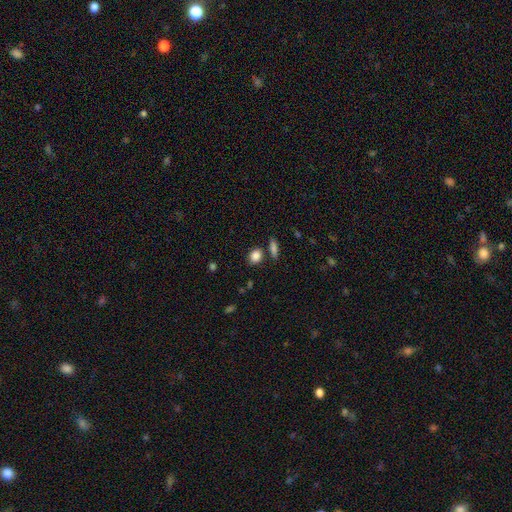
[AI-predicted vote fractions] This appears to be a smooth galaxy with no disk features (86%) that is in between round and cigar-shaped (51%). Merging: none (77%).